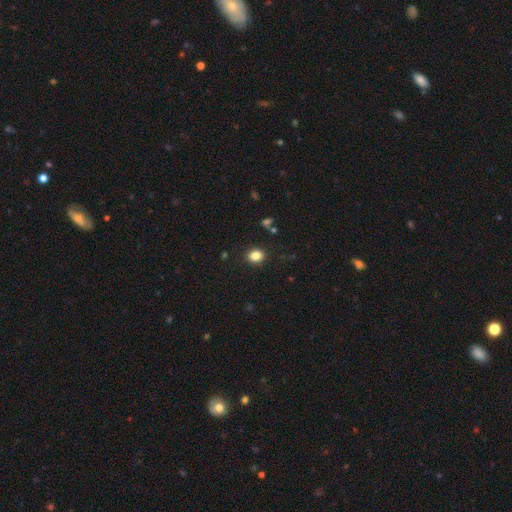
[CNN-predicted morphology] A smooth galaxy with no disk features (84%) that is round (59%).

Vote fractions:
- Smooth or featured? smooth: 84% / star or artifact: 11% / featured or disk: 5%
- How rounded? round: 59% / in between: 40% / cigar-shaped: 1%
- Merging? none: 89% / minor disturbance: 8% / major disturbance: 2% / merger: 2%